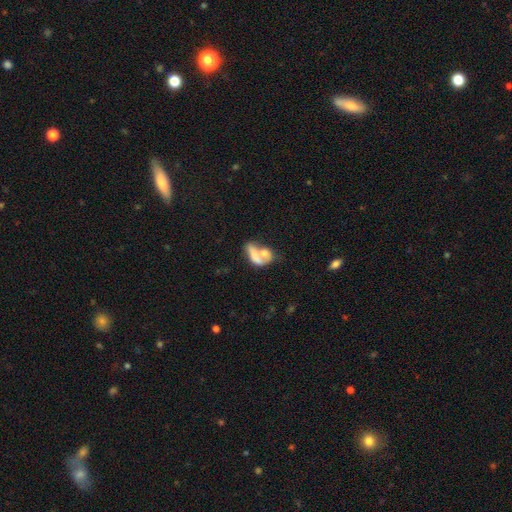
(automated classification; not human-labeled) A smooth galaxy with no disk features (62%) that is in between round and cigar-shaped (78%). Merging: merger (65%).